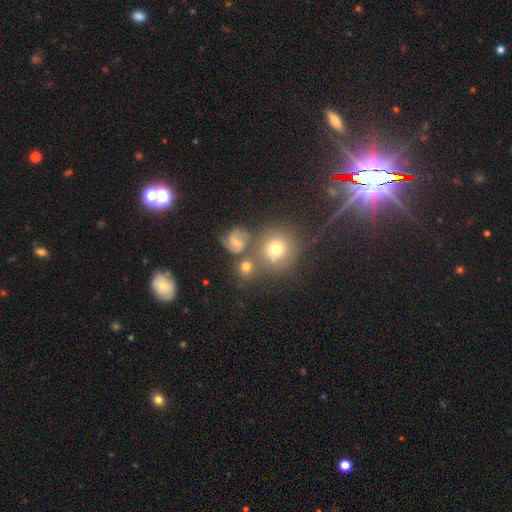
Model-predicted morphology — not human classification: Overall: star or artifact (48%; smooth 39%).